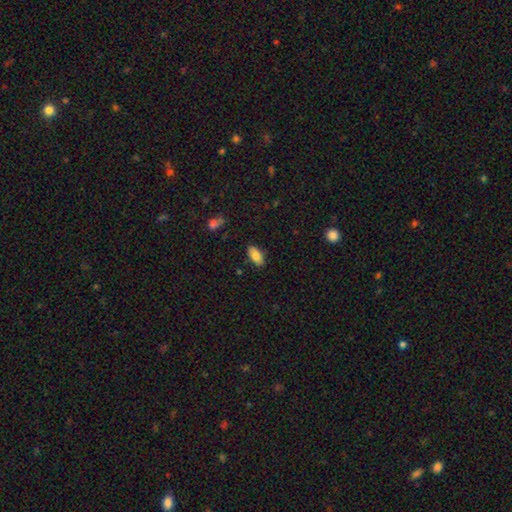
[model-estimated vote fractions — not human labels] Smooth or featured? Predicted: smooth (p=0.81). How rounded? Predicted: in between (p=0.91). Merging? Predicted: none (p=0.86).